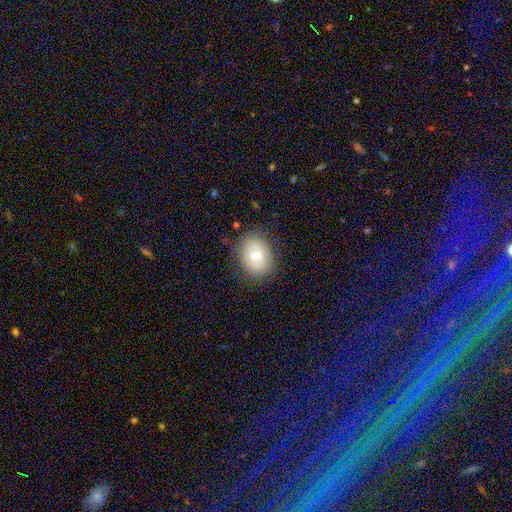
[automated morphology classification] smooth-or-featured: smooth: 60% | featured or disk: 31% | star or artifact: 9%
  how-rounded: in between: 55% | round: 44% | cigar-shaped: 1%
  merging: none: 79% | minor disturbance: 15% | major disturbance: 5% | merger: 1%